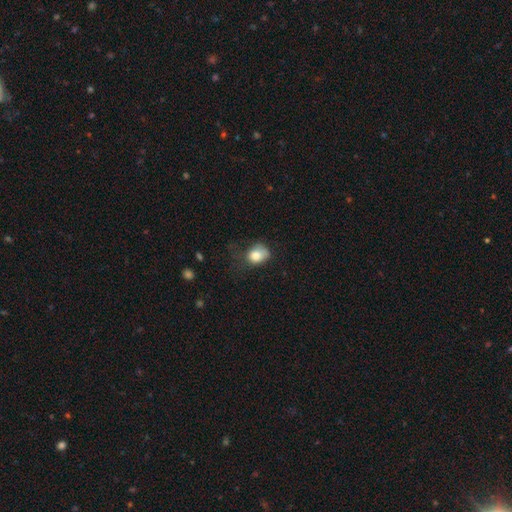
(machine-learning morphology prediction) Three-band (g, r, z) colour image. It shows a smooth galaxy with no disk features (79%) that is in between round and cigar-shaped (56%). Merging: minor disturbance (35%).